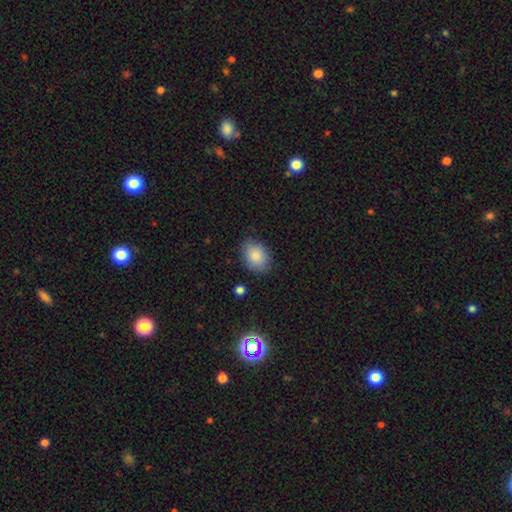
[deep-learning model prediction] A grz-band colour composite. It shows a smooth galaxy with no disk features (85%) that is in between round and cigar-shaped (73%). Merging: none (82%).